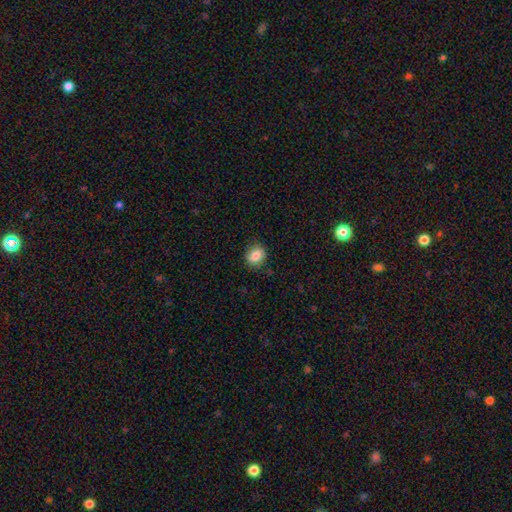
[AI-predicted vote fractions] A smooth galaxy with no disk features (84%) that is round (55%). Merging: none (87%).